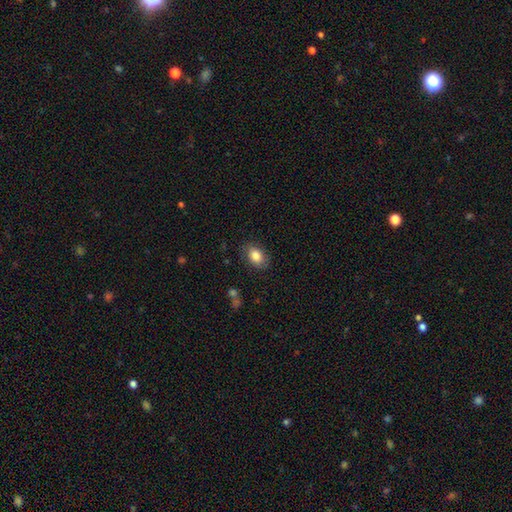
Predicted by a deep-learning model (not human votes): This is clearly a smooth galaxy (84%). How rounded: clearly in between (81%). Merging: clearly none (82%).